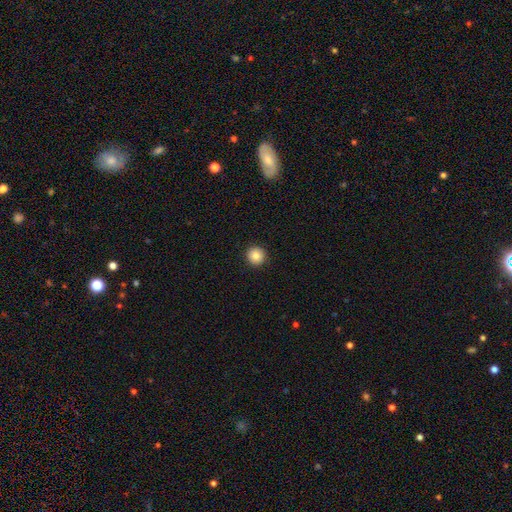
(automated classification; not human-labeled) smooth 87%, star or artifact 9%, featured or disk 4%. Down the decision tree: how rounded — round (94%); merging — none (92%).